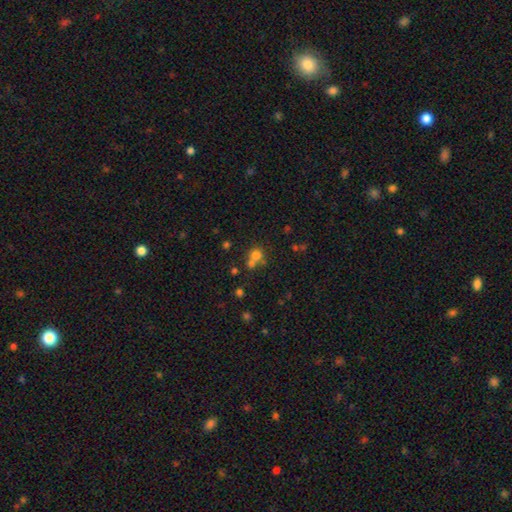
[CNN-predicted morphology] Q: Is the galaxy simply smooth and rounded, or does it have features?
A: smooth — 70%.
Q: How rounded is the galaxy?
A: round — 82%.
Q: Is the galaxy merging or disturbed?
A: none — 45%.